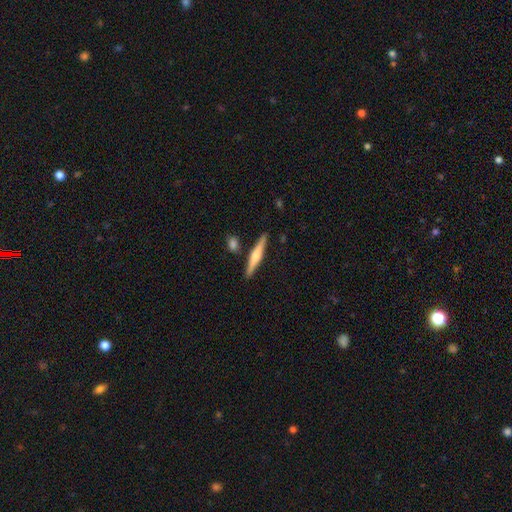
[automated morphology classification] Smooth or featured: featured or disk — 50% (smooth — 45%)
Merging: none — 85% (minor disturbance — 8%)